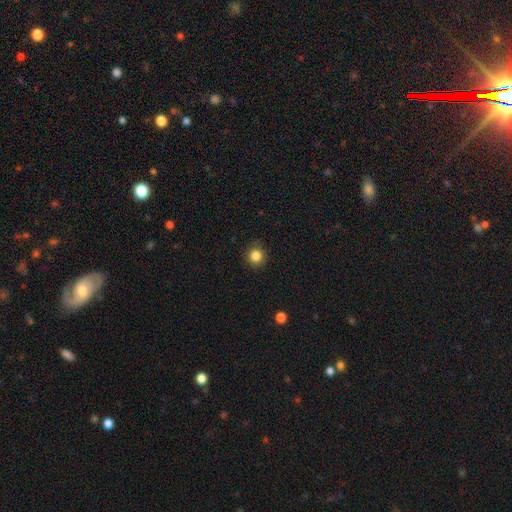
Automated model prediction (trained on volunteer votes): smooth_or_featured: smooth (p=0.84) [alt: star or artifact p=0.11]
how_rounded: round (p=0.93) [alt: in between p=0.06]
merging: none (p=0.89) [alt: minor disturbance p=0.08]